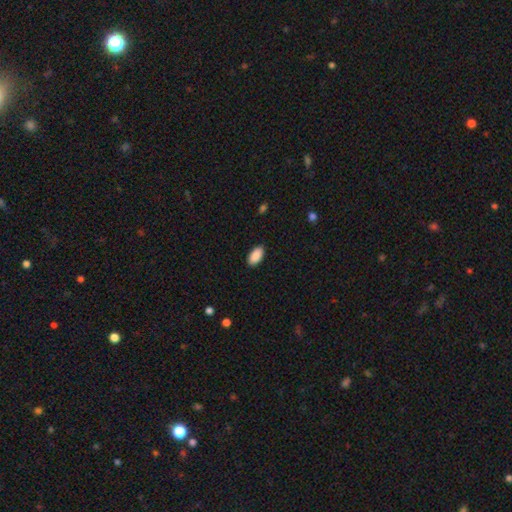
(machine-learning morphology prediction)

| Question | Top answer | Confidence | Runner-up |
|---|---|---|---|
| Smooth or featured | smooth | 90% | star or artifact (6%) |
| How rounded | in between | 95% | cigar-shaped (3%) |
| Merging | none | 89% | minor disturbance (8%) |